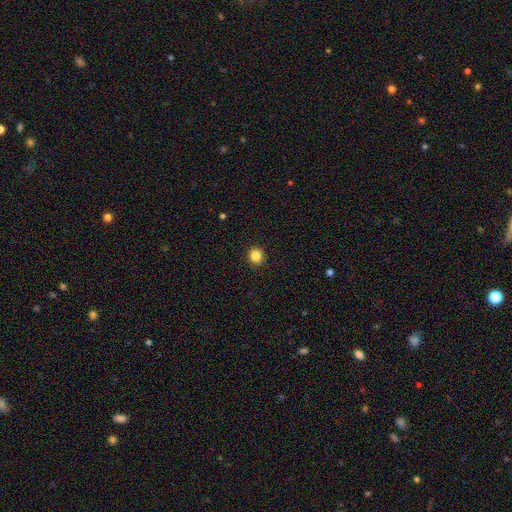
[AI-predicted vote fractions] Overall: smooth (86%). How rounded: round (87%). Merging: none (93%).